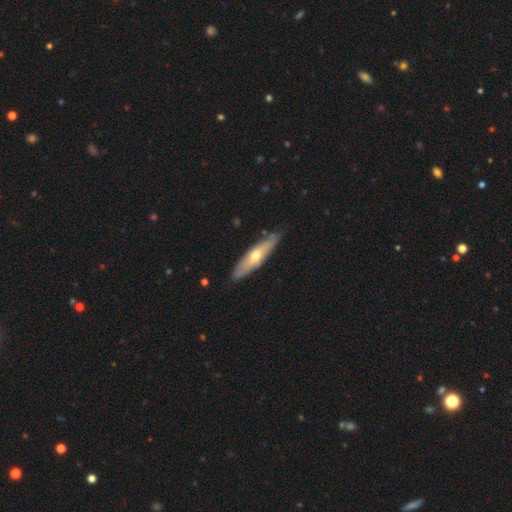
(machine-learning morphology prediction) Smooth or featured?
  - featured or disk: 51% *
  - smooth: 43%
  - star or artifact: 5%
Edge-on disk?
  - yes: 70% *
  - no: 30%
Merging?
  - none: 84% *
  - minor disturbance: 12%
  - major disturbance: 2%
  - merger: 1%